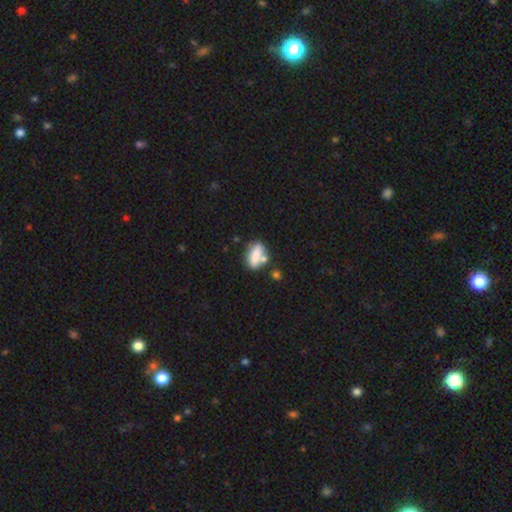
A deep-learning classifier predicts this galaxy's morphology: Smooth or featured? Predicted: smooth (p=0.73). How rounded? Predicted: in between (p=0.71). Merging? Predicted: none (p=0.54).